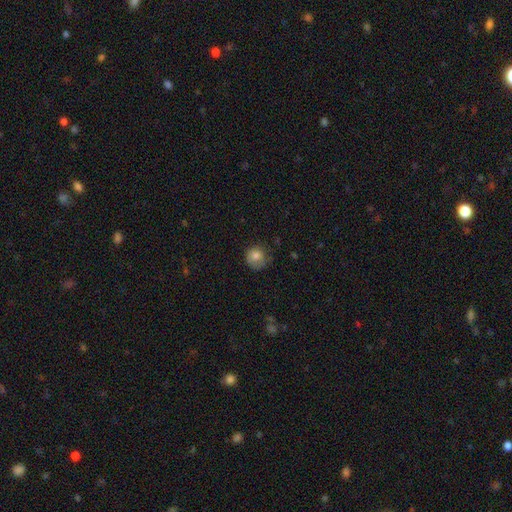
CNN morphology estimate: This appears to be a smooth galaxy with no disk features (78%) that is round (87%). Merging: none (62%).